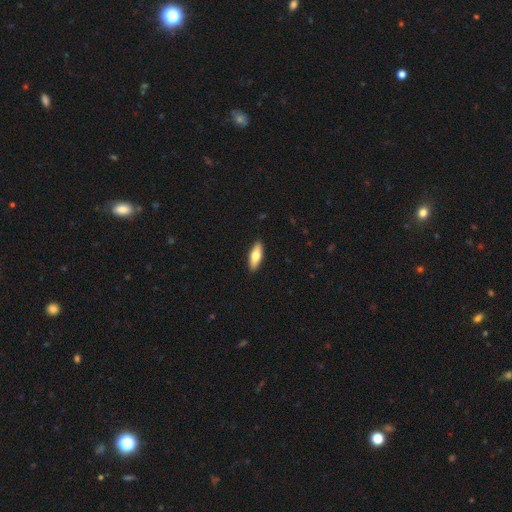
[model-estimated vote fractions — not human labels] Smooth or featured: smooth — 68% (featured or disk — 26%)
How rounded: in between — 64% (cigar-shaped — 34%)
Merging: none — 91% (minor disturbance — 7%)